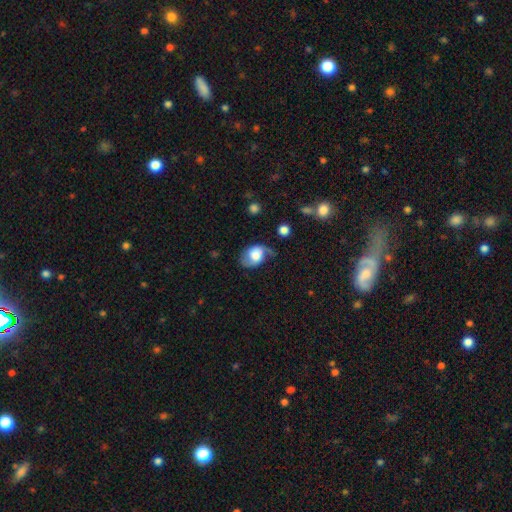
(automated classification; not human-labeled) Smooth or featured? featured or disk (48%)
Merging? none (50%)